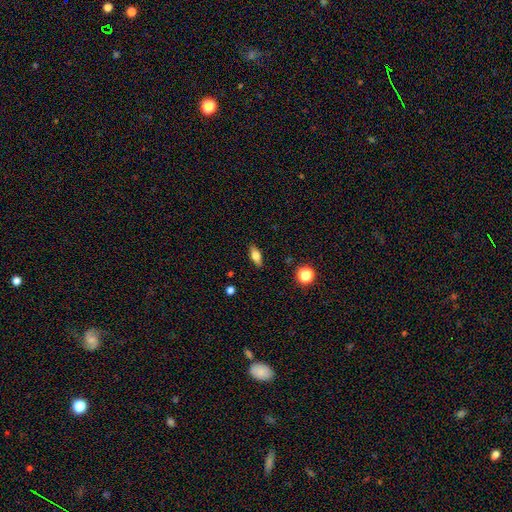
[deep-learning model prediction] This is likely a smooth galaxy (71%). How rounded: likely in between (78%). Merging: clearly none (87%).